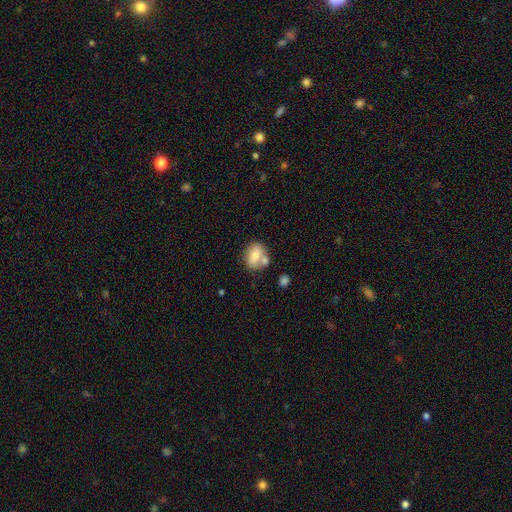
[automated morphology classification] type=smooth (71%); roundness=in between (56%); merging=none (56%).